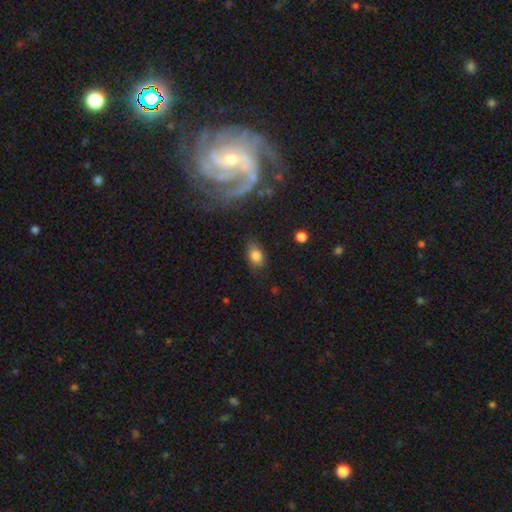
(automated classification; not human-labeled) smooth-or-featured: smooth: 79% | featured or disk: 12% | star or artifact: 9%
  how-rounded: in between: 86% | round: 11% | cigar-shaped: 3%
  merging: none: 70% | minor disturbance: 22% | major disturbance: 6% | merger: 2%